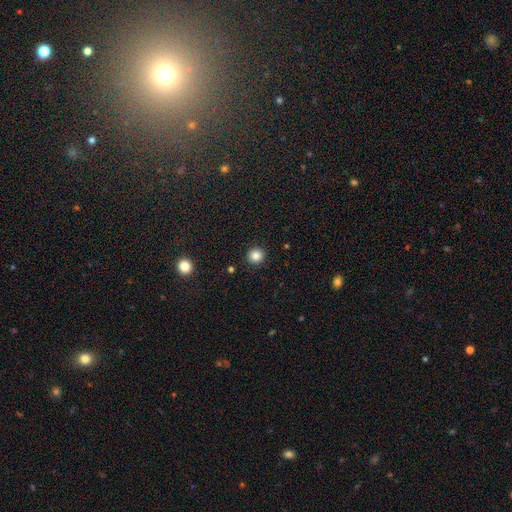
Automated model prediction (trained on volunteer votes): A smooth galaxy with no disk features (85%) that is round (92%). Merging: none (92%).